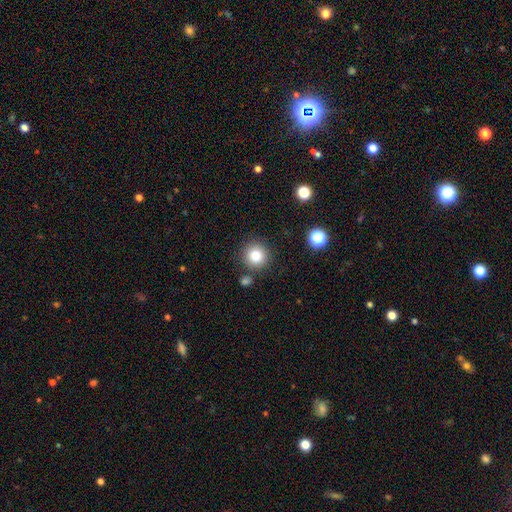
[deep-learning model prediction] The model was most divided on "smooth or featured": smooth: 82%, star or artifact: 11%, featured or disk: 7%. More confident: how rounded — round (94%); merging — none (84%).